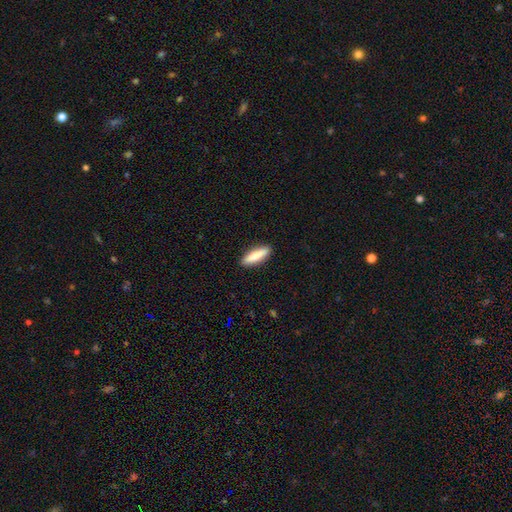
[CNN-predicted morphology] A smooth galaxy with no disk features (78%) that is cigar-shaped (67%). Merging: none (91%).